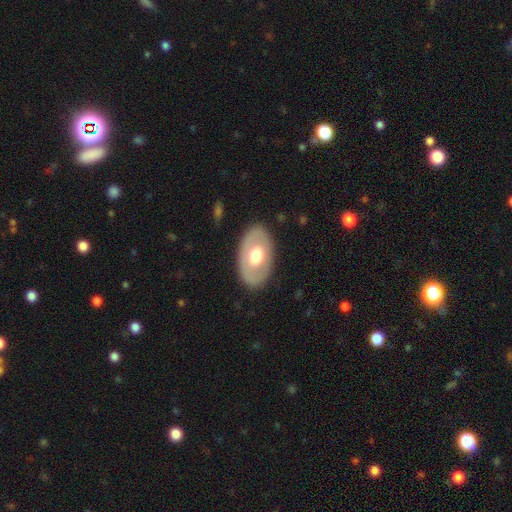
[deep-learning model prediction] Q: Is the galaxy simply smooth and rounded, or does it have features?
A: smooth — 52%.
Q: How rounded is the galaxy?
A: in between — 89%.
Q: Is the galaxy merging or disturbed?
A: none — 84%.